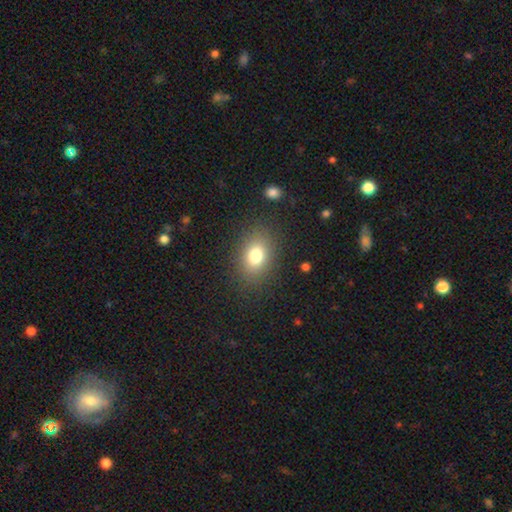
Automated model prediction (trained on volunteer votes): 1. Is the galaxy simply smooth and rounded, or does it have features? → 77% smooth, 12% star or artifact, 11% featured or disk.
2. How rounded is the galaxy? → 72% in between, 27% round, 1% cigar-shaped.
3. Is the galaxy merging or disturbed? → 85% none, 9% minor disturbance, 5% major disturbance, 1% merger.